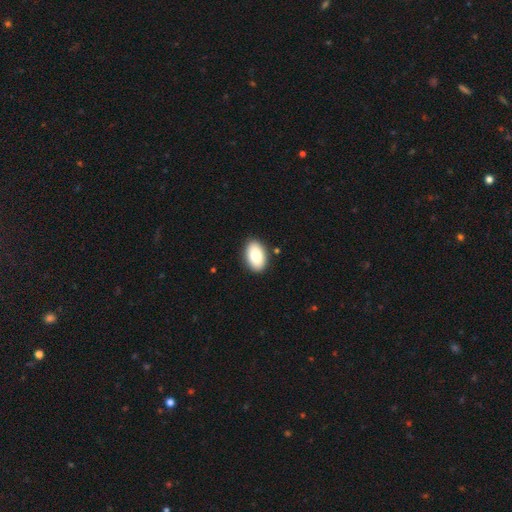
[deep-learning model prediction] A smooth galaxy with no disk features (81%) that is in between round and cigar-shaped (92%).

Vote fractions:
- Smooth or featured? smooth: 81% / featured or disk: 12% / star or artifact: 7%
- How rounded? in between: 92% / round: 7% / cigar-shaped: 1%
- Merging? none: 89% / minor disturbance: 8% / major disturbance: 2% / merger: 1%